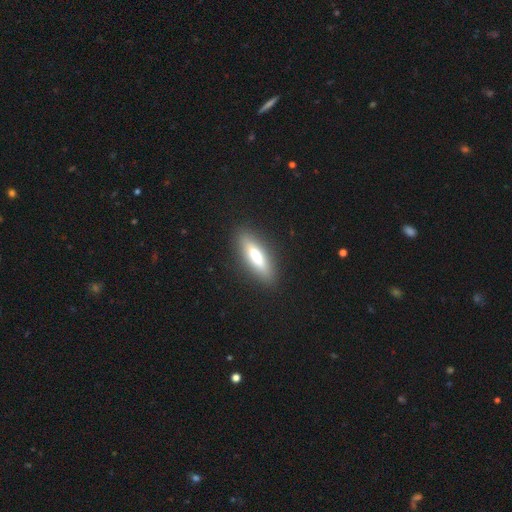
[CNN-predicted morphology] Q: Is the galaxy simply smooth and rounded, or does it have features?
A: smooth — 62%.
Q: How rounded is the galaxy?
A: cigar-shaped — 56%.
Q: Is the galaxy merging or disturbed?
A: none — 89%.